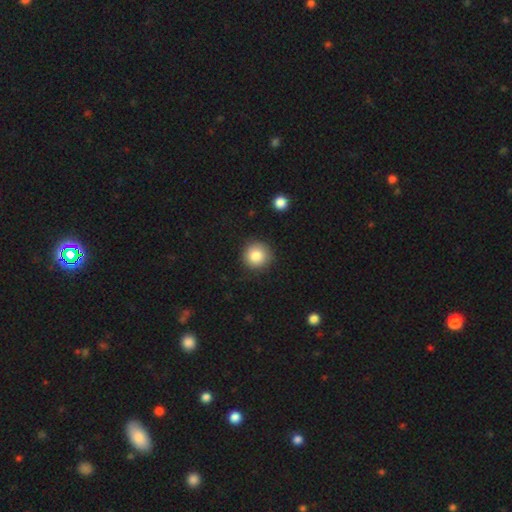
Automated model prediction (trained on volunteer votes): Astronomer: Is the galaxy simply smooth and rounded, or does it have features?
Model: smooth — 84%.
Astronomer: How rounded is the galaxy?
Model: round — 94%.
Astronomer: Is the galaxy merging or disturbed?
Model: none — 89%.